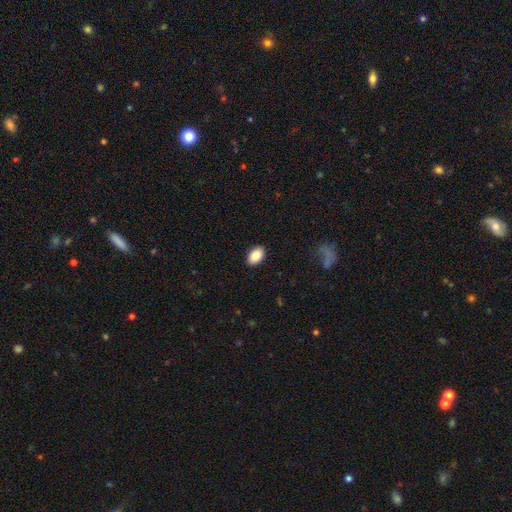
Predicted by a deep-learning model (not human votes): Overall: smooth (86%). How rounded: in between (91%). Merging: none (89%).